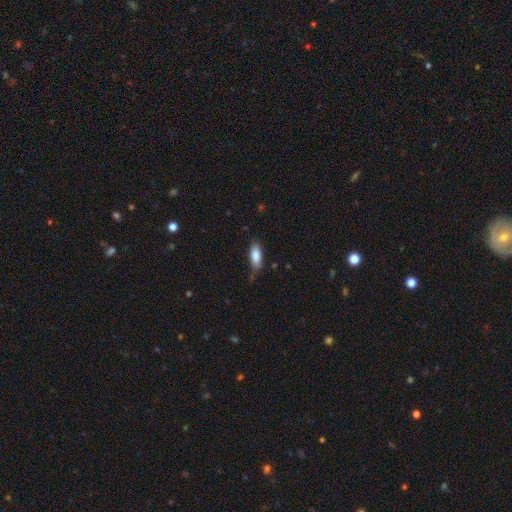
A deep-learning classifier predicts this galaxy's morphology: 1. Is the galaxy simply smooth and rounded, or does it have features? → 82% smooth, 11% featured or disk, 6% star or artifact.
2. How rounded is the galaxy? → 79% in between, 19% cigar-shaped, 2% round.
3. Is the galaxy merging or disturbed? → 65% none, 27% minor disturbance, 6% major disturbance, 2% merger.